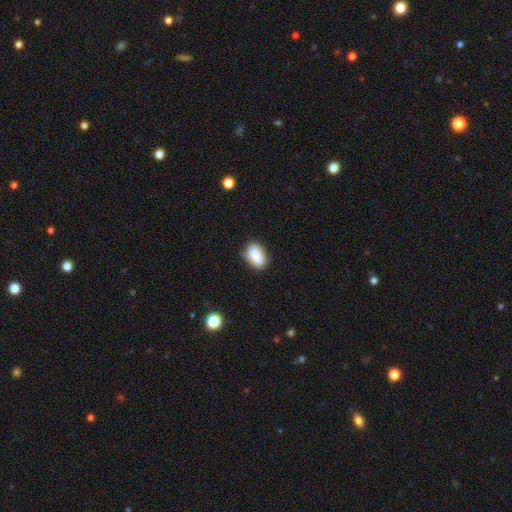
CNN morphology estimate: type=smooth (85%); roundness=in between (88%); merging=none (71%).